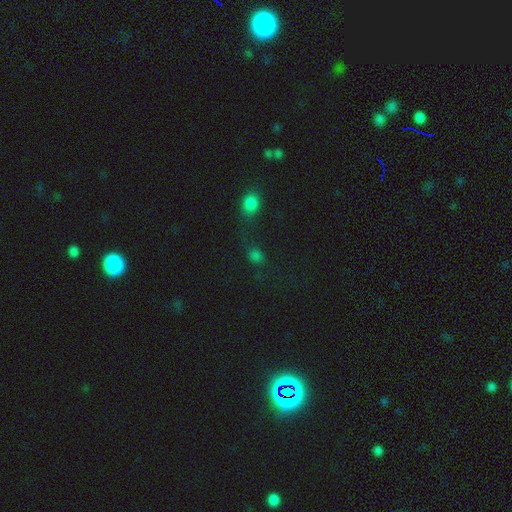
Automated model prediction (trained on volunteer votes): This appears to be a smooth galaxy with no disk features (61%) that is round (63%). Merging: none (61%).